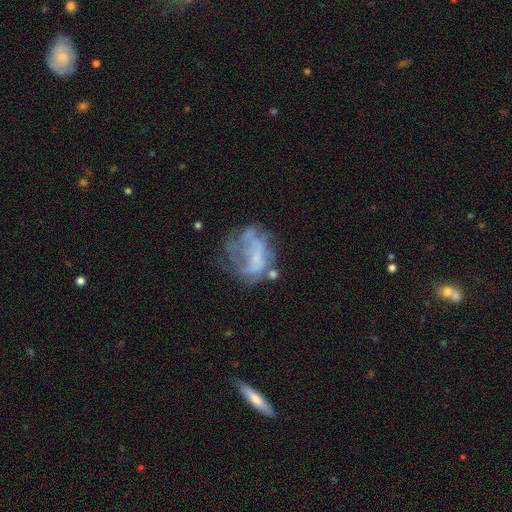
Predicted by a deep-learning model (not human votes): smooth-or-featured: featured or disk: 62% | smooth: 25% | star or artifact: 13%
  disk-edge-on: no: 98% | yes: 2%
    bar: no: 66% | weak: 26% | strong: 9%
    has-spiral-arms: no: 62% | yes: 38%
    bulge-size: none: 55% | small: 30% | moderate: 12% | large: 2% | dominant: 1%
  merging: none: 37% | major disturbance: 35% | minor disturbance: 20% | merger: 8%